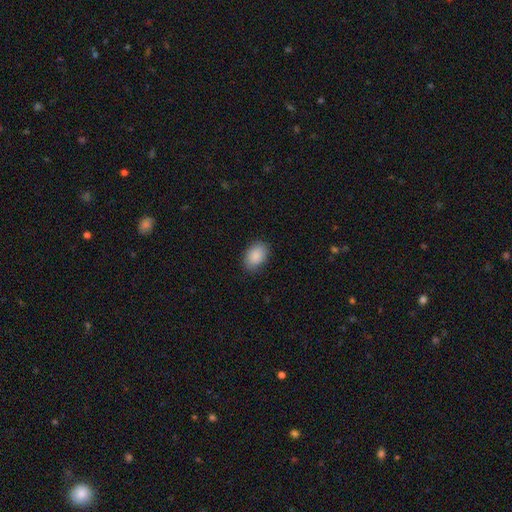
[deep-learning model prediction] A smooth galaxy with no disk features (89%) that is in between round and cigar-shaped (83%).

Vote fractions:
- Smooth or featured? smooth: 89% / star or artifact: 7% / featured or disk: 4%
- How rounded? in between: 83% / round: 16% / cigar-shaped: 1%
- Merging? none: 84% / minor disturbance: 12% / major disturbance: 3% / merger: 1%